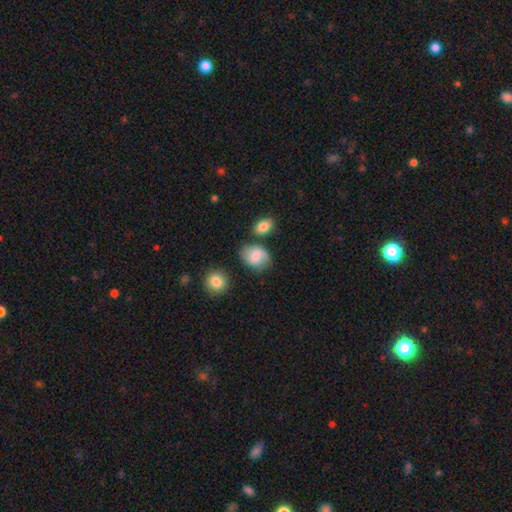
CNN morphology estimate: This is likely a smooth galaxy (68%). How rounded: likely in between (65%). Merging: likely none (64%).